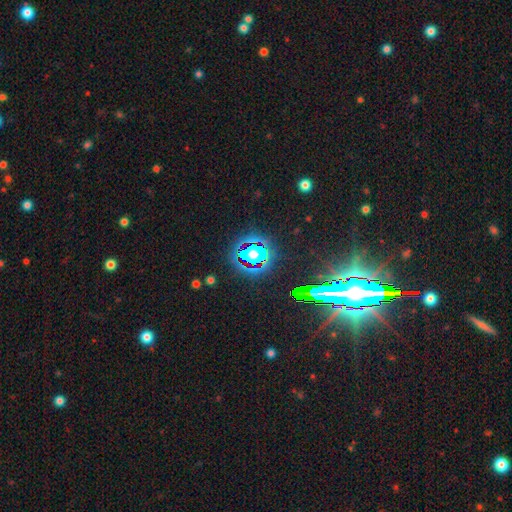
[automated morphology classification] Overall: star or artifact (85%).